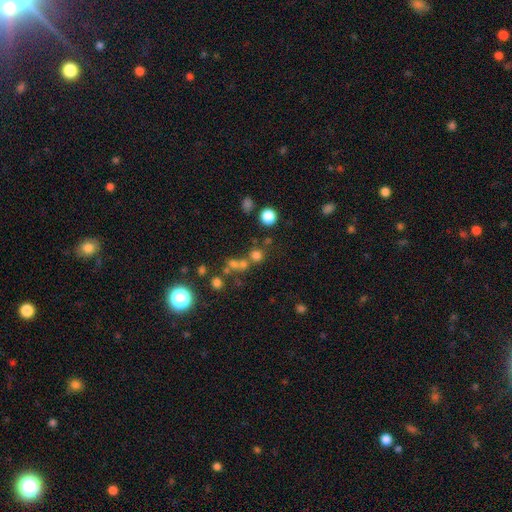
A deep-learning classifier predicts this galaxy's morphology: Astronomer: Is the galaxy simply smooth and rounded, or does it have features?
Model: star or artifact — 45% (runner-up: smooth, 40%).